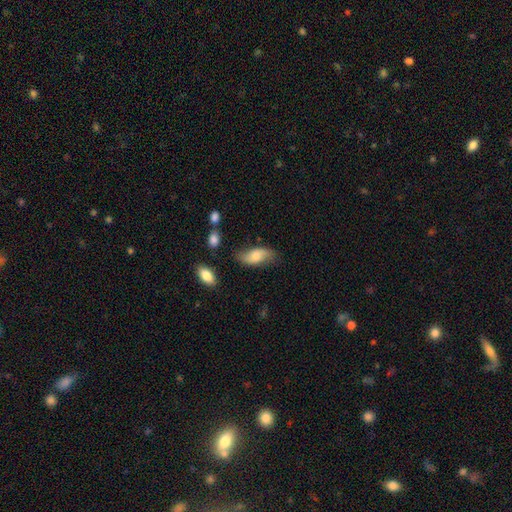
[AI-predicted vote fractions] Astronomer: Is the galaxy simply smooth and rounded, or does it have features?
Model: smooth — 66%.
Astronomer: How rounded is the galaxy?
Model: in between — 86%.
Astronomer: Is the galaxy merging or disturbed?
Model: none — 67%.